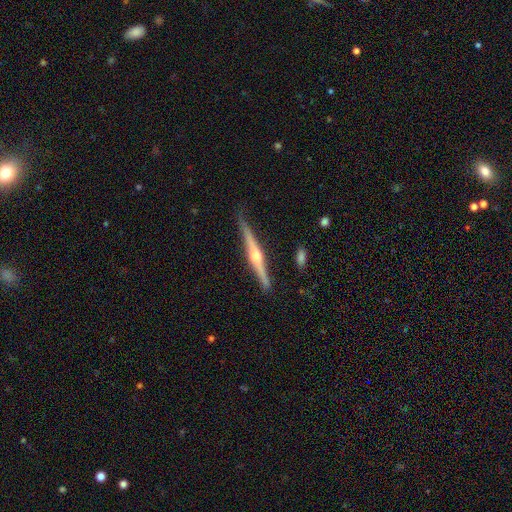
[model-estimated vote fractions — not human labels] smooth_or_featured: featured or disk (p=0.81) [alt: smooth p=0.14]
disk_edge_on: yes (p=0.98) [alt: no p=0.02]
edge_on_bulge: rounded (p=0.92) [alt: boxy p=0.05]
merging: none (p=0.85) [alt: minor disturbance p=0.11]